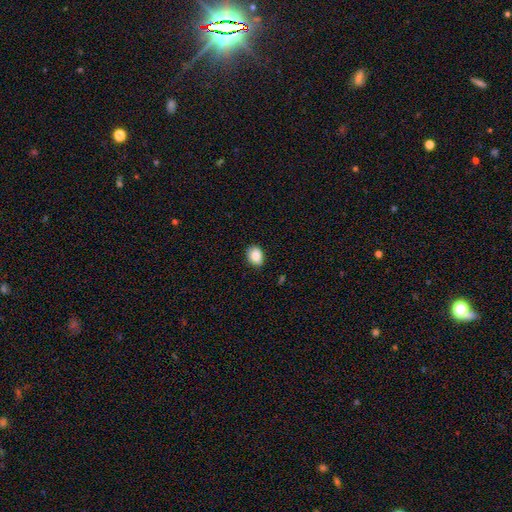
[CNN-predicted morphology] A smooth galaxy with no disk features (87%) that is in between round and cigar-shaped (71%). Merging: none (85%).